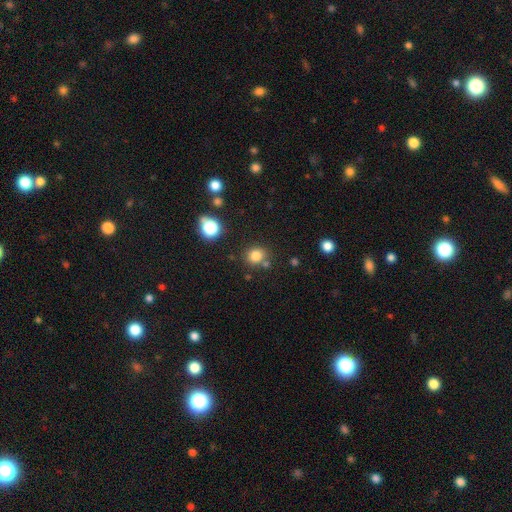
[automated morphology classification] A smooth galaxy with no disk features (80%) that is round (83%). Merging: none (77%).